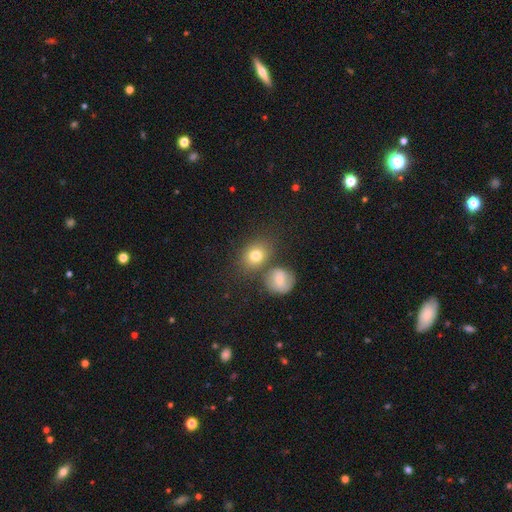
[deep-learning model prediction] Smooth or featured?
  - smooth: 77% *
  - featured or disk: 12%
  - star or artifact: 11%
How rounded?
  - round: 55% *
  - in between: 44%
  - cigar-shaped: 1%
Merging?
  - none: 64% *
  - merger: 20%
  - minor disturbance: 12%
  - major disturbance: 4%